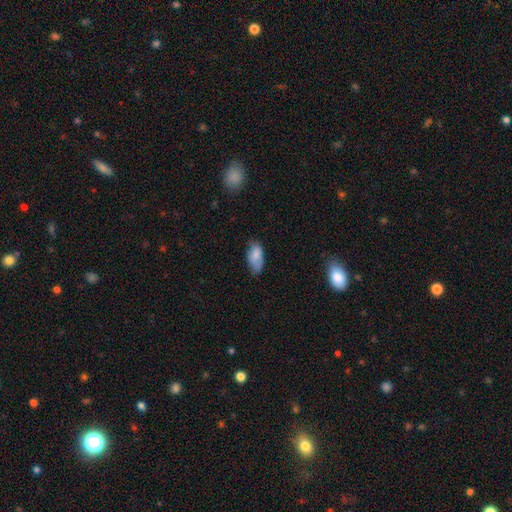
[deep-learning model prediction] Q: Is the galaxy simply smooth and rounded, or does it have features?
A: smooth — 79%.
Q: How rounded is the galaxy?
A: in between — 92%.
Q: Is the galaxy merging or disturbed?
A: none — 57%.